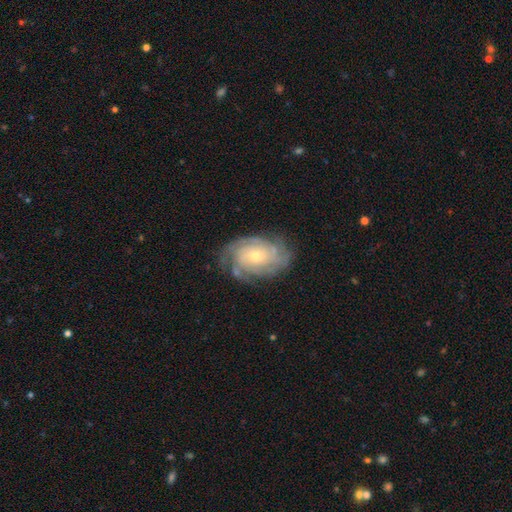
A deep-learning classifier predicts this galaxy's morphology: Smooth or featured? featured or disk (83%)
Edge-on disk? no (96%)
Bar? no (72%)
Spiral arms? yes (95%)
Spiral winding? tight (71%)
Spiral arm count? can't tell (34%)
Bulge size? small (60%)
Merging? none (75%)